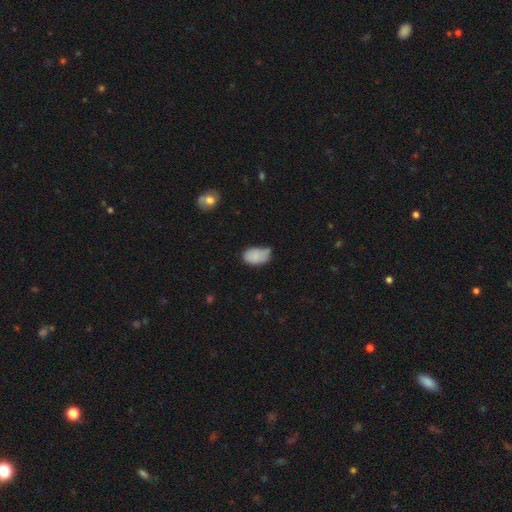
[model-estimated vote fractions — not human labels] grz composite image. It shows a smooth galaxy with no disk features (82%) that is in between round and cigar-shaped (90%). Merging: minor disturbance (44%).